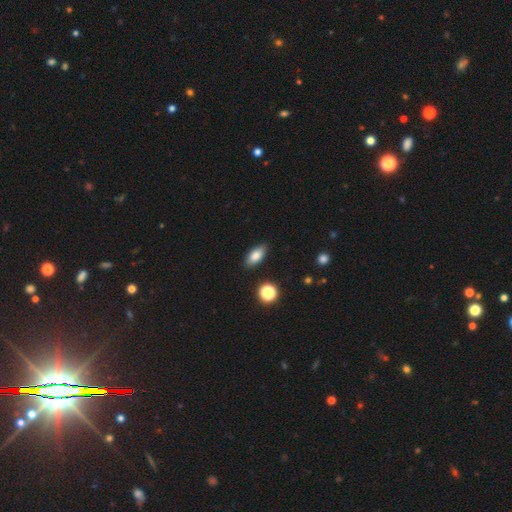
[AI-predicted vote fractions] The model was most divided on "smooth or featured": smooth: 81%, featured or disk: 10%, star or artifact: 9%. More confident: merging — none (87%); how rounded — in between (85%).